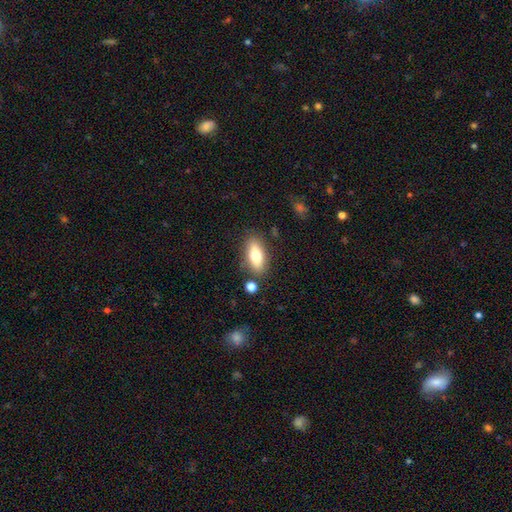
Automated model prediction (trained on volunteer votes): smooth-or-featured: smooth: 74% | featured or disk: 19% | star or artifact: 7%
  how-rounded: in between: 79% | cigar-shaped: 18% | round: 3%
  merging: none: 80% | minor disturbance: 12% | merger: 5% | major disturbance: 3%